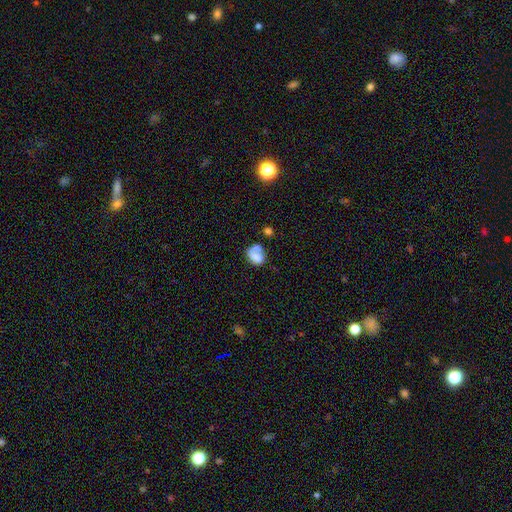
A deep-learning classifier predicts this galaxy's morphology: Q: Smooth or featured?
A: smooth (62%); runner-up: featured or disk (28%)
Q: How rounded?
A: in between (60%); runner-up: round (39%)
Q: Merging?
A: merger (35%); runner-up: none (30%)